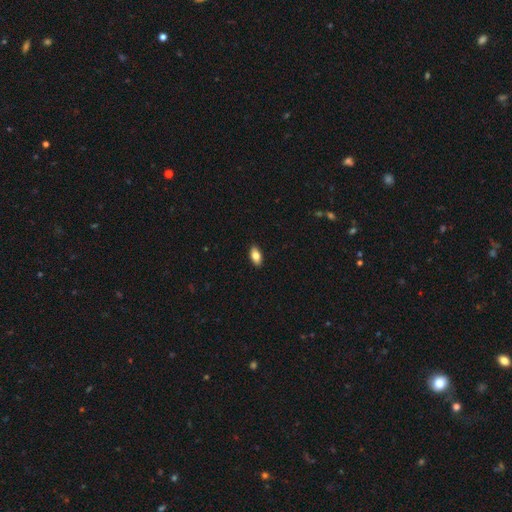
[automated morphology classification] smooth_or_featured: smooth (p=0.81) [alt: featured or disk p=0.12]
how_rounded: in between (p=0.91) [alt: cigar-shaped p=0.06]
merging: none (p=0.90) [alt: minor disturbance p=0.08]